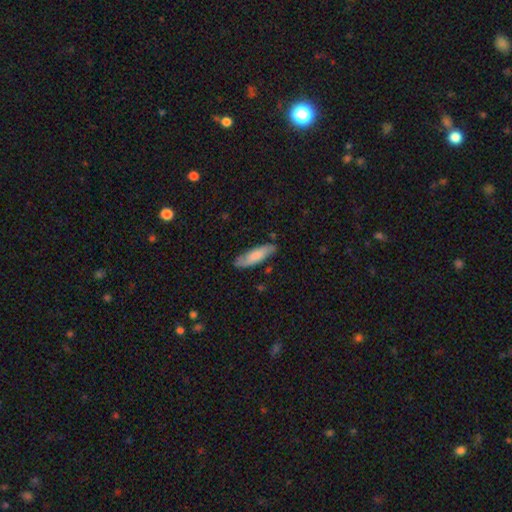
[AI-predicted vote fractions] Overall: smooth (71%). How rounded: cigar-shaped (53%; in between 46%). Merging: none (78%).